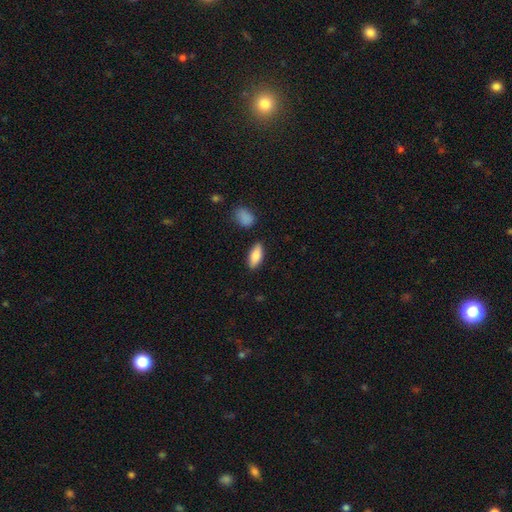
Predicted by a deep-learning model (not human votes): Smooth or featured: smooth — 83% (featured or disk — 11%)
How rounded: in between — 81% (cigar-shaped — 16%)
Merging: none — 84% (minor disturbance — 10%)